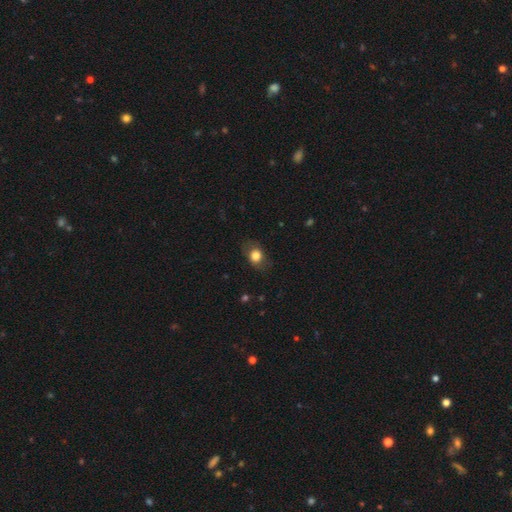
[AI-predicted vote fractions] Morphology: type=smooth (78%); roundness=in between (60%); merging=none (75%).